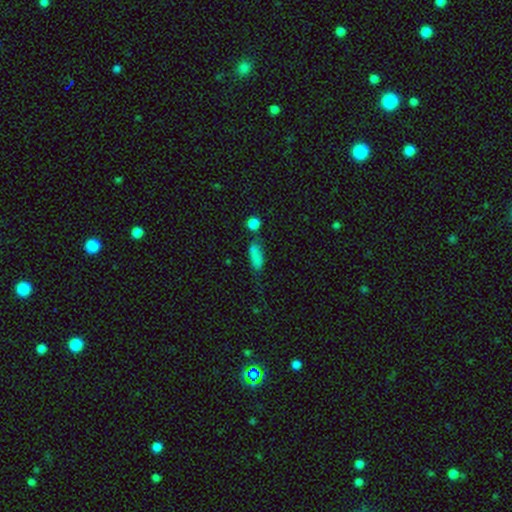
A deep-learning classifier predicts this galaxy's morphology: A smooth galaxy with no disk features (80%) that is in between round and cigar-shaped (72%).

Vote fractions:
- Smooth or featured? smooth: 80% / star or artifact: 13% / featured or disk: 7%
- How rounded? in between: 72% / cigar-shaped: 23% / round: 6%
- Merging? none: 50% / minor disturbance: 23% / merger: 15% / major disturbance: 11%